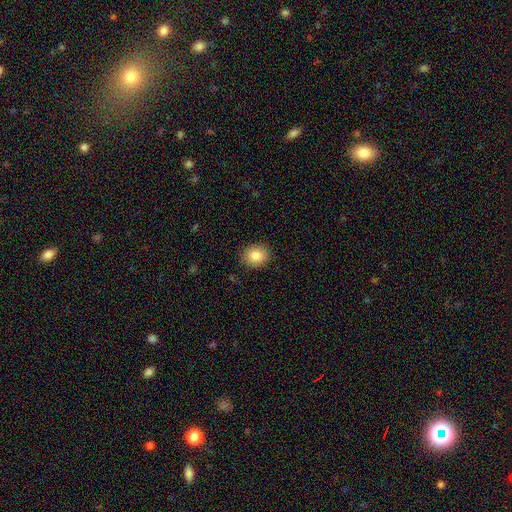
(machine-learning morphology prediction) Overall: smooth (85%). How rounded: round (66%; in between 34%). Merging: none (89%).